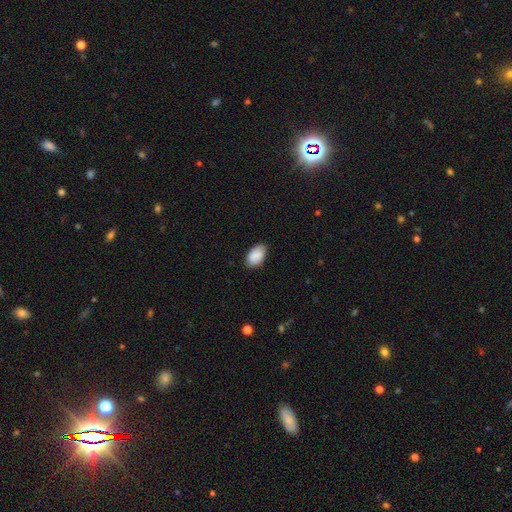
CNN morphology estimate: smooth 87%, featured or disk 7%, star or artifact 7%. Down the decision tree: how rounded — in between (92%); merging — none (79%).